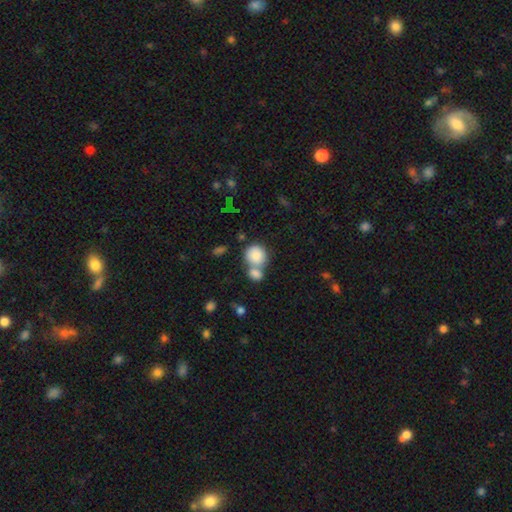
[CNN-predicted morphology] This is clearly a smooth galaxy (84%). How rounded: likely round (79%). Merging: possibly merger (51%).